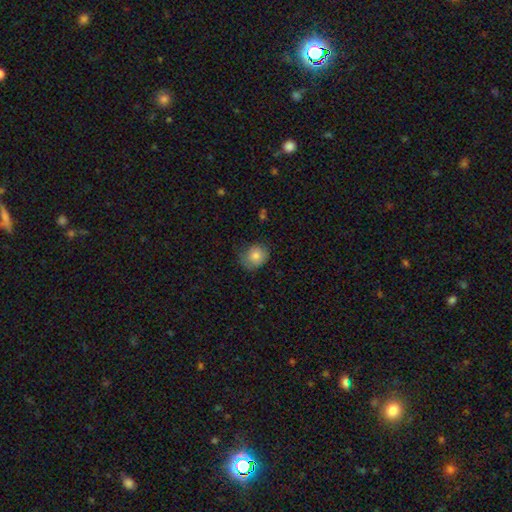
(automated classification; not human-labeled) A smooth galaxy with no disk features (80%) that is round (73%).

Vote fractions:
- Smooth or featured? smooth: 80% / featured or disk: 11% / star or artifact: 9%
- How rounded? round: 73% / in between: 26% / cigar-shaped: 1%
- Merging? none: 65% / minor disturbance: 26% / major disturbance: 7% / merger: 1%